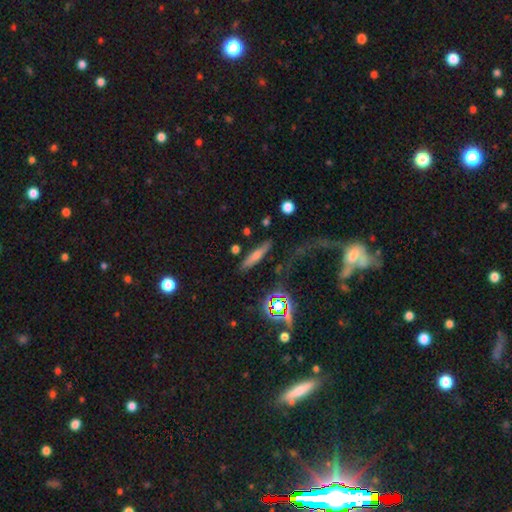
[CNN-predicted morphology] Overall: smooth (59%; featured or disk 27%). How rounded: cigar-shaped (80%). Merging: none (80%).